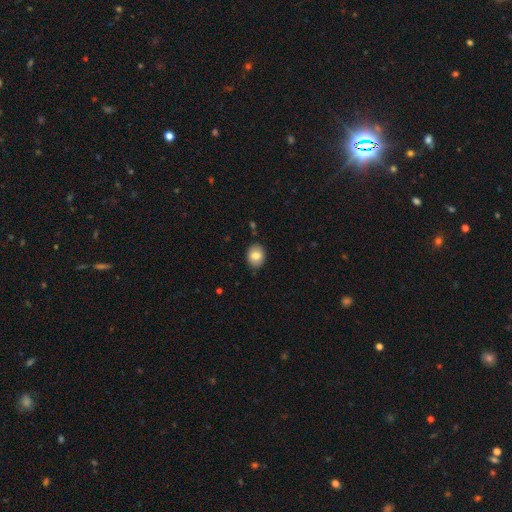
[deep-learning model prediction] The model was most divided on "how rounded": in between: 51%, round: 48%, cigar-shaped: 1%. More confident: merging — none (86%); smooth or featured — smooth (80%).